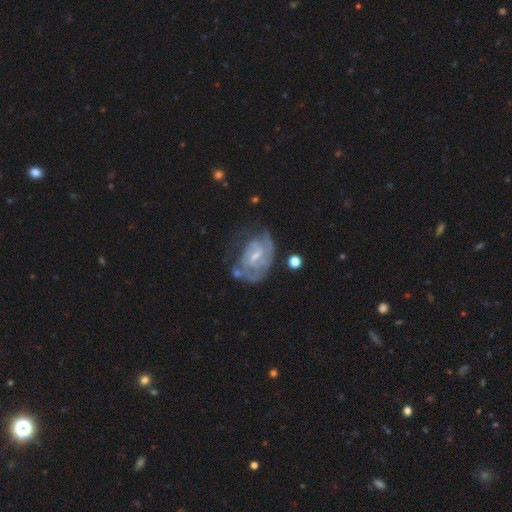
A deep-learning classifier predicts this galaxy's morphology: The model was most divided on "spiral arm count": 2: 42%, can't tell: 34%, 3: 12%, 1: 6%, 4: 4%, more than 4: 3%. Remaining: edge-on disk — no (97%); spiral arms — yes (89%); smooth or featured — featured or disk (81%); bar — weak (58%); spiral winding — tight (57%); bulge size — small (55%); merging — none (48%).